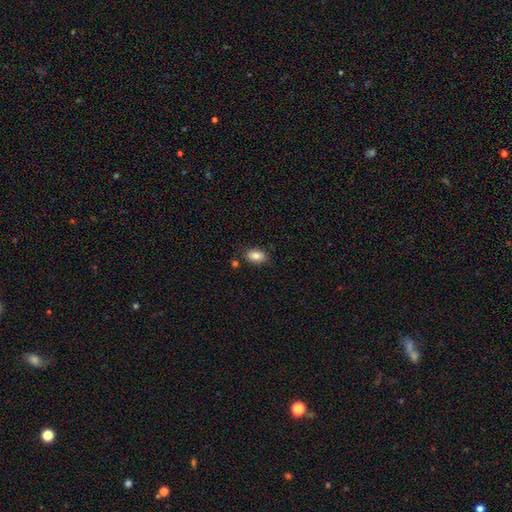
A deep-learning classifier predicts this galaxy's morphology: A smooth galaxy with no disk features (85%) that is in between round and cigar-shaped (87%).

Vote fractions:
- Smooth or featured? smooth: 85% / star or artifact: 8% / featured or disk: 7%
- How rounded? in between: 87% / round: 11% / cigar-shaped: 2%
- Merging? none: 81% / minor disturbance: 12% / merger: 4% / major disturbance: 3%